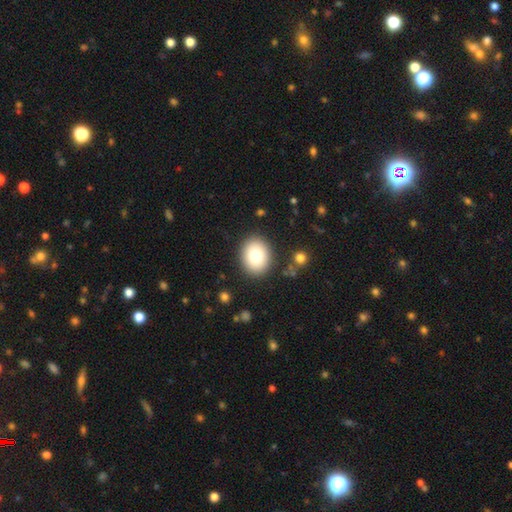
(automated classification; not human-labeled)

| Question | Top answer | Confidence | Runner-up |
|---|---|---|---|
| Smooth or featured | smooth | 80% | featured or disk (11%) |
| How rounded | round | 51% | in between (48%) |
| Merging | none | 88% | minor disturbance (8%) |